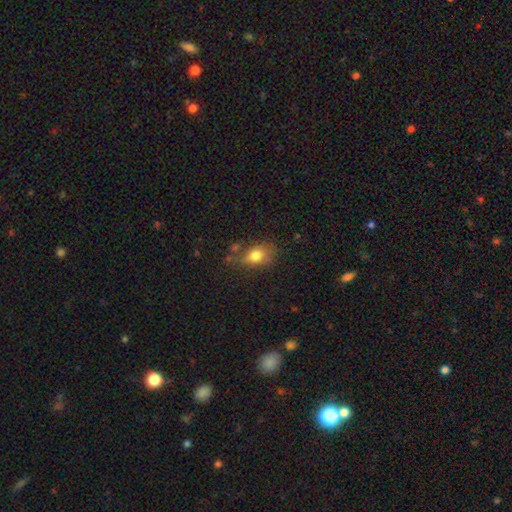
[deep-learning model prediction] Smooth or featured? Predicted: smooth (p=0.78). How rounded? Predicted: in between (p=0.75). Merging? Predicted: none (p=0.54).